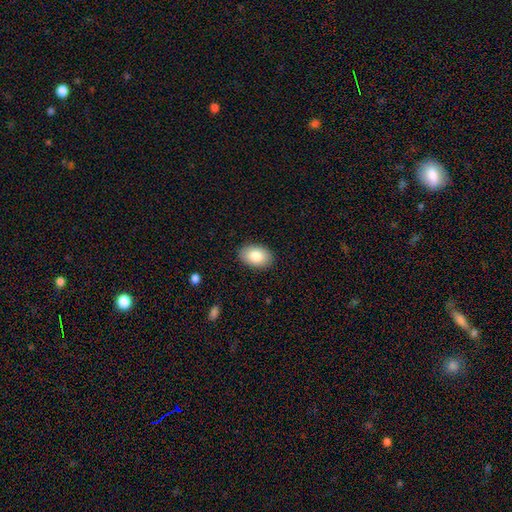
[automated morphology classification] smooth 85%, featured or disk 9%, star or artifact 7%. Down the decision tree: how rounded — in between (89%); merging — none (89%).